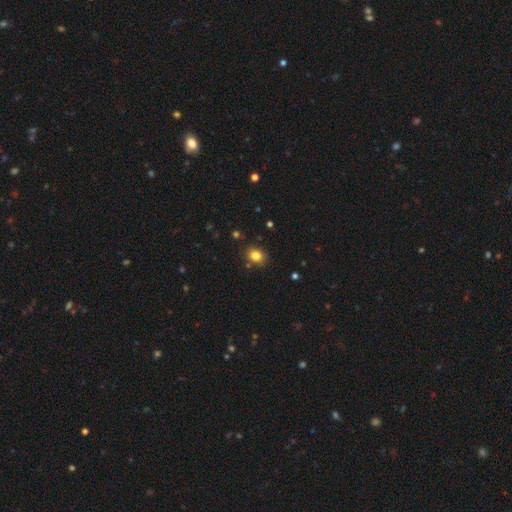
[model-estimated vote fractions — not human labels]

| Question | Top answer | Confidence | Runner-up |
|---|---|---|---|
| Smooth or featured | smooth | 82% | star or artifact (12%) |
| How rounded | round | 51% | in between (48%) |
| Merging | none | 83% | minor disturbance (11%) |